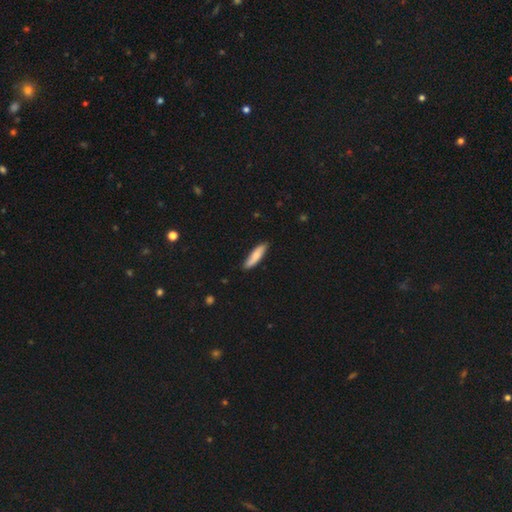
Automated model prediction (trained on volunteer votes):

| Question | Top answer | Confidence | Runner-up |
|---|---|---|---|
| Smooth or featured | smooth | 78% | featured or disk (17%) |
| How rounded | cigar-shaped | 71% | in between (27%) |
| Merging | none | 84% | minor disturbance (13%) |